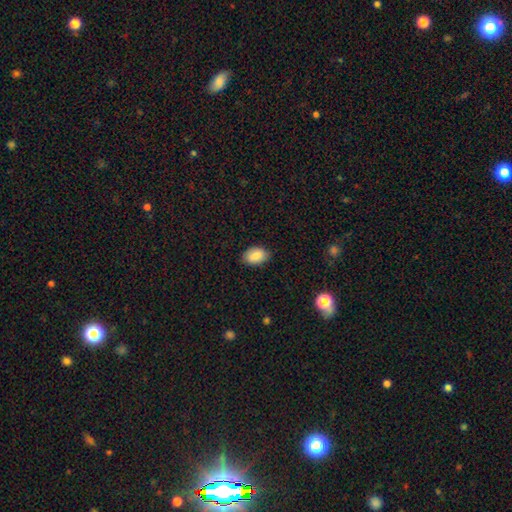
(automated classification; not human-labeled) Smooth or featured: smooth — 85% (featured or disk — 8%)
How rounded: in between — 89% (round — 10%)
Merging: none — 84% (minor disturbance — 13%)